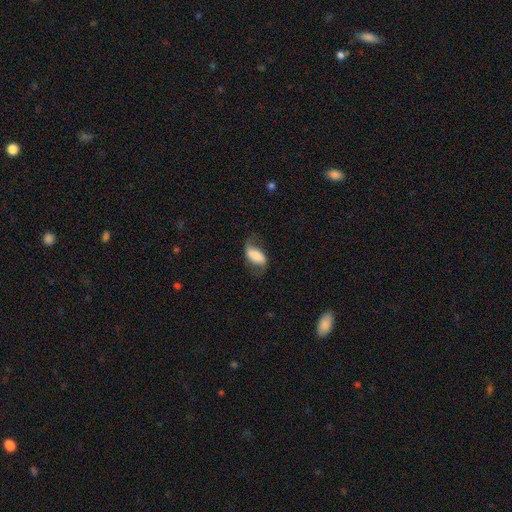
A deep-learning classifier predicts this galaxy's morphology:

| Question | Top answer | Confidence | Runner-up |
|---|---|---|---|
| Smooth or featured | featured or disk | 47% | smooth (44%) |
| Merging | none | 56% | minor disturbance (24%) |